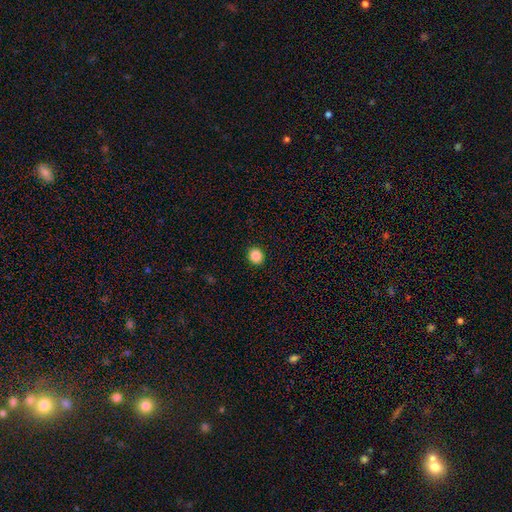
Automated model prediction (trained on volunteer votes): smooth 87%, star or artifact 10%, featured or disk 3%. Down the decision tree: how rounded — round (84%); merging — none (93%).